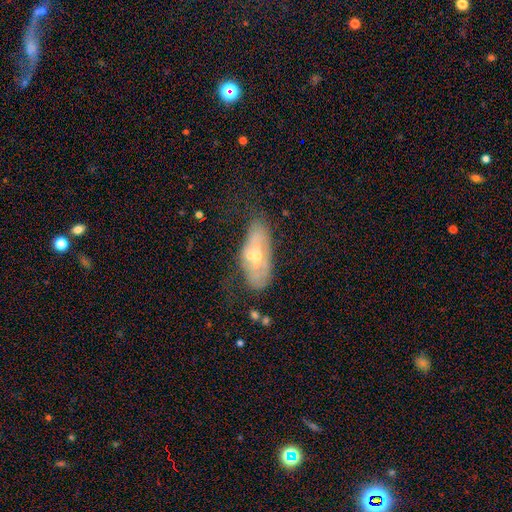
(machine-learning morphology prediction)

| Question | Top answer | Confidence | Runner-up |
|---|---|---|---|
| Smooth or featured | featured or disk | 55% | smooth (36%) |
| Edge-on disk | no | 80% | yes (20%) |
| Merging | none | 49% | minor disturbance (25%) |